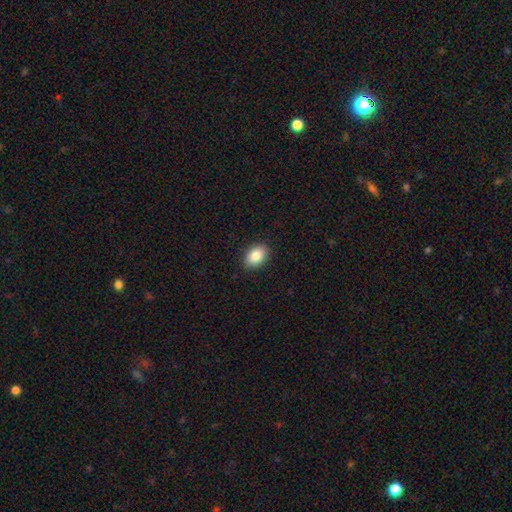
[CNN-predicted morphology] Q: Smooth or featured?
A: smooth (87%); runner-up: star or artifact (7%)
Q: How rounded?
A: in between (86%); runner-up: round (13%)
Q: Merging?
A: none (89%); runner-up: minor disturbance (8%)